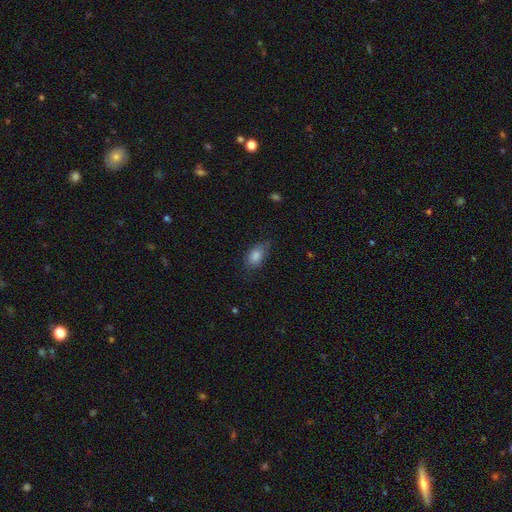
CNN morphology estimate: The model was most divided on "merging": none: 69%, minor disturbance: 24%, major disturbance: 6%, merger: 1%. More confident: how rounded — in between (86%); smooth or featured — smooth (82%).